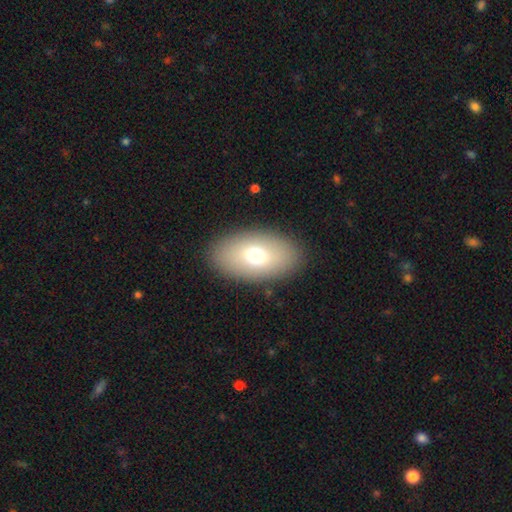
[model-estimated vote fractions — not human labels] Morphology: type=smooth (70%); roundness=in between (91%); merging=none (87%).